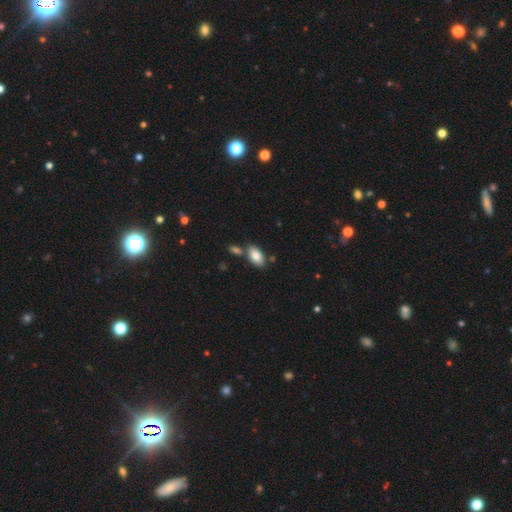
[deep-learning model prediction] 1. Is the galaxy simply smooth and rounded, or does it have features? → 83% smooth, 10% featured or disk, 7% star or artifact.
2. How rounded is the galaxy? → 93% in between, 4% round, 3% cigar-shaped.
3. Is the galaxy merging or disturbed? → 69% none, 16% merger, 12% minor disturbance, 3% major disturbance.